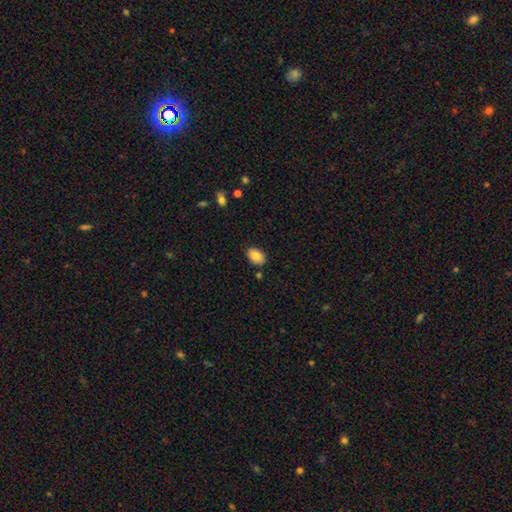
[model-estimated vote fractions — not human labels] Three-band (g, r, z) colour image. It shows a smooth galaxy with no disk features (84%) that is in between round and cigar-shaped (86%). Merging: none (84%).